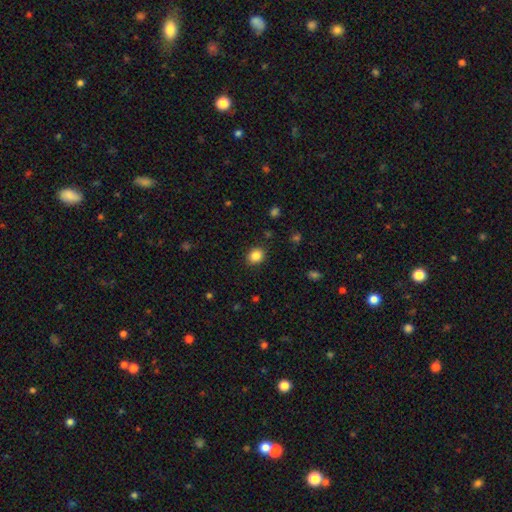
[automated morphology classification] A smooth galaxy with no disk features (85%) that is round (64%).

Vote fractions:
- Smooth or featured? smooth: 85% / star or artifact: 10% / featured or disk: 4%
- How rounded? round: 64% / in between: 35% / cigar-shaped: 1%
- Merging? none: 88% / minor disturbance: 8% / major disturbance: 3% / merger: 1%